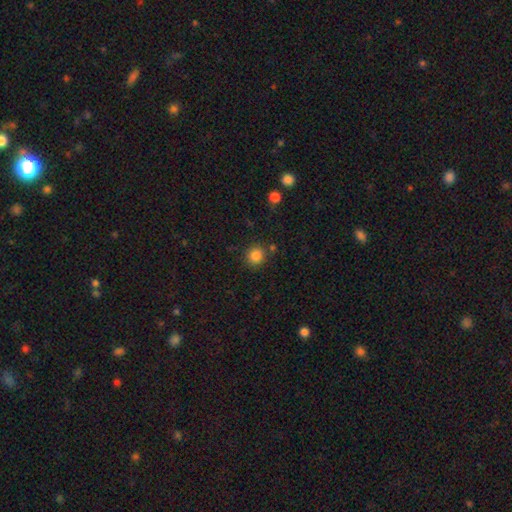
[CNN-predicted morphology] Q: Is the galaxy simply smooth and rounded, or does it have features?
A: smooth — 85%.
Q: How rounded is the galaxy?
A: round — 90%.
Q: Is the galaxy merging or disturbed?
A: none — 83%.